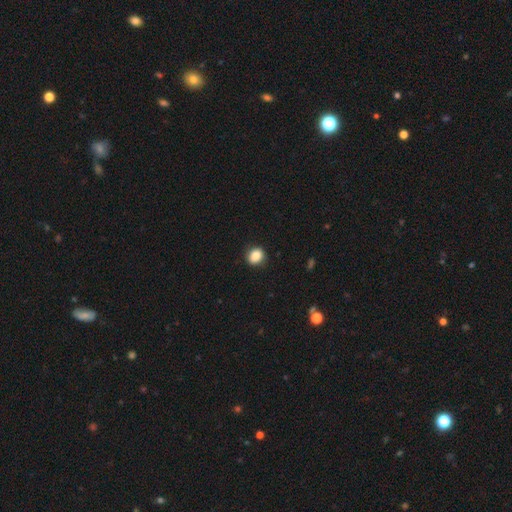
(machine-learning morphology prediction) Overall: smooth (87%). How rounded: round (61%; in between 38%). Merging: none (87%).